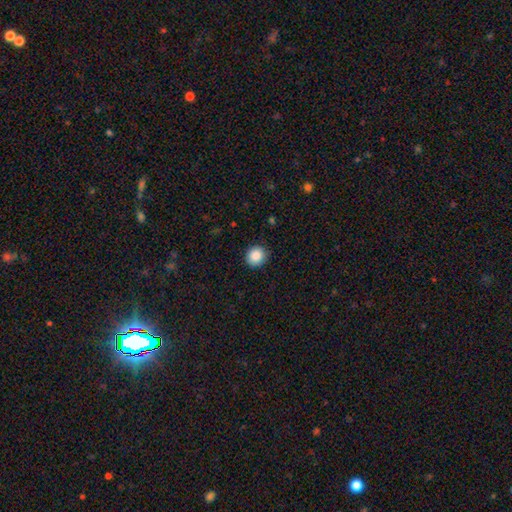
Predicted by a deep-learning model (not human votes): Q: Smooth or featured?
A: smooth (88%); runner-up: star or artifact (9%)
Q: How rounded?
A: round (86%); runner-up: in between (13%)
Q: Merging?
A: none (89%); runner-up: minor disturbance (8%)